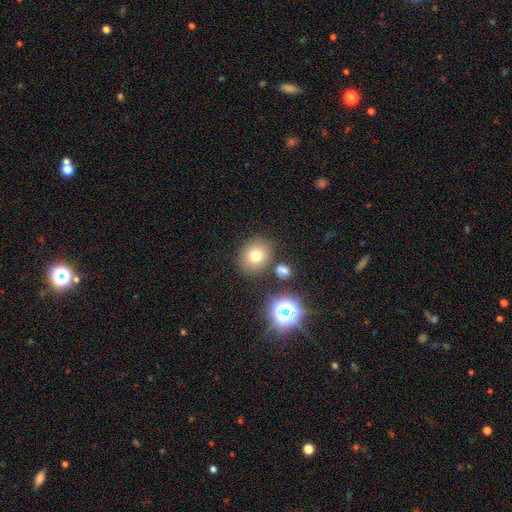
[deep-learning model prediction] A smooth galaxy with no disk features (73%) that is round (76%). Merging: none (79%).